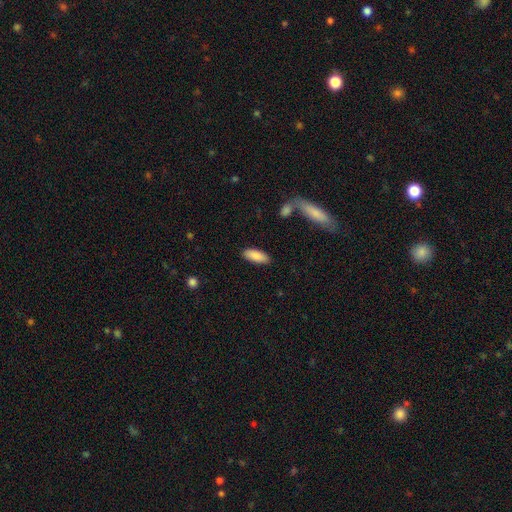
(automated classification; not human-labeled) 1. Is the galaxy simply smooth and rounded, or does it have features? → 88% smooth, 6% star or artifact, 6% featured or disk.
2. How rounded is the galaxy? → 78% in between, 20% cigar-shaped, 2% round.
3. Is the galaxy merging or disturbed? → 87% none, 9% minor disturbance, 2% major disturbance, 2% merger.